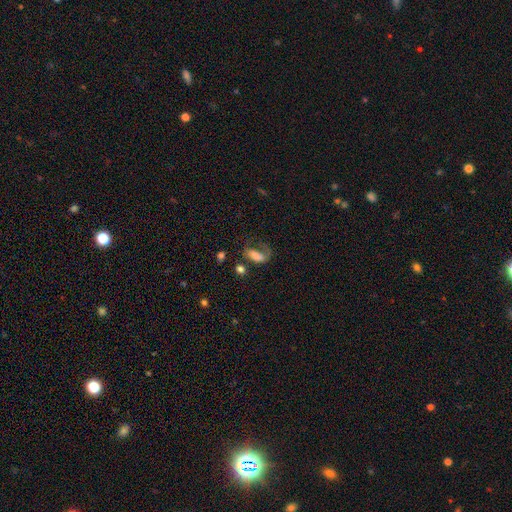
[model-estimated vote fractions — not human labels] Q: Smooth or featured?
A: smooth (52%); runner-up: featured or disk (36%)
Q: How rounded?
A: in between (86%); runner-up: round (8%)
Q: Merging?
A: major disturbance (47%); runner-up: none (27%)